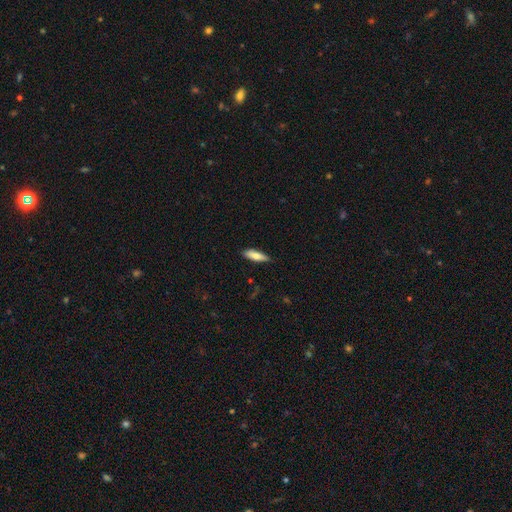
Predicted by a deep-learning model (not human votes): This is likely a smooth galaxy (75%). How rounded: possibly cigar-shaped (57%). Merging: clearly none (82%).